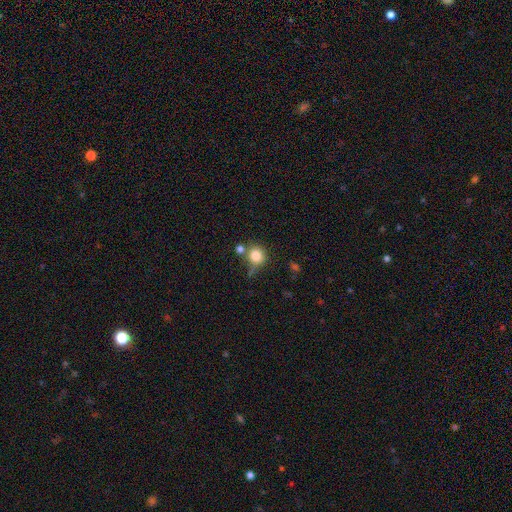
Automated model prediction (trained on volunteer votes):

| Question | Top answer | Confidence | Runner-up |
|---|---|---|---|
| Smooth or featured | smooth | 82% | star or artifact (11%) |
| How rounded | round | 89% | in between (10%) |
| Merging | none | 62% | merger (18%) |